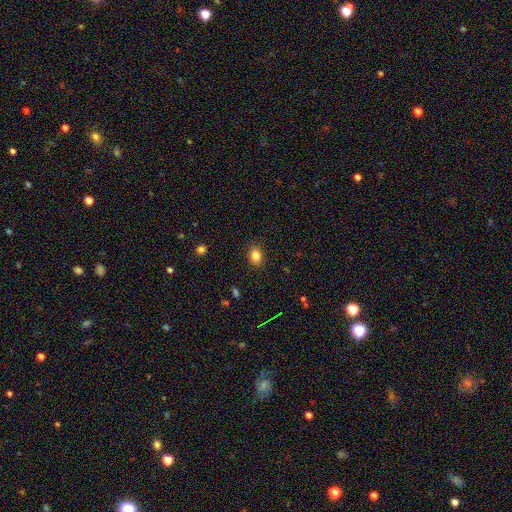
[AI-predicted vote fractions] Q: Smooth or featured?
A: smooth (83%); runner-up: star or artifact (11%)
Q: How rounded?
A: in between (52%); runner-up: round (47%)
Q: Merging?
A: none (87%); runner-up: minor disturbance (9%)